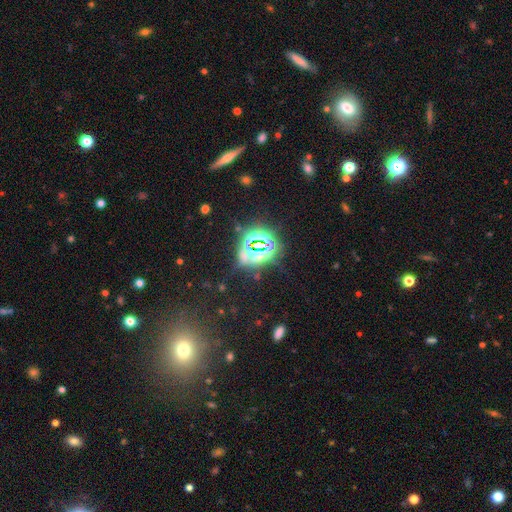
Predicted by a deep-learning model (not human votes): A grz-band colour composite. It shows a star or artifact, not a galaxy (74%).